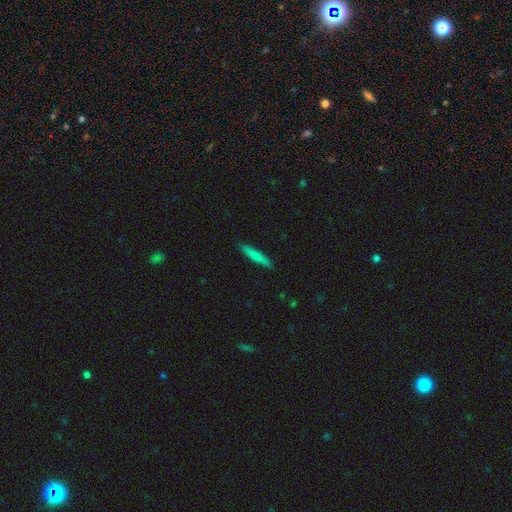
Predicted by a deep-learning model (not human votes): Smooth or featured? smooth (78%)
How rounded? cigar-shaped (93%)
Merging? none (89%)